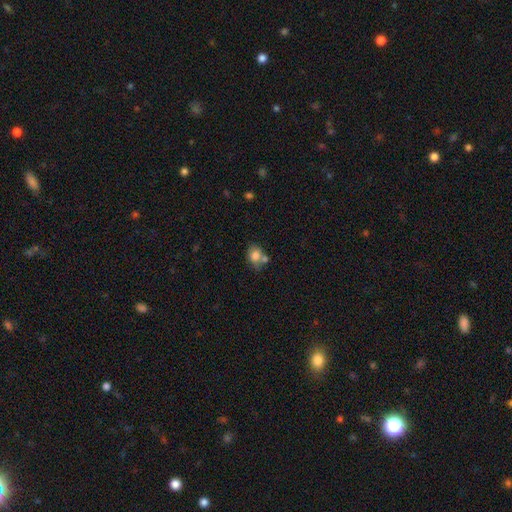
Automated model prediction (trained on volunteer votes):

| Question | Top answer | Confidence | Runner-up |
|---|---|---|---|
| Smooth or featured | smooth | 78% | featured or disk (12%) |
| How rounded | in between | 51% | round (48%) |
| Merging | none | 49% | merger (29%) |